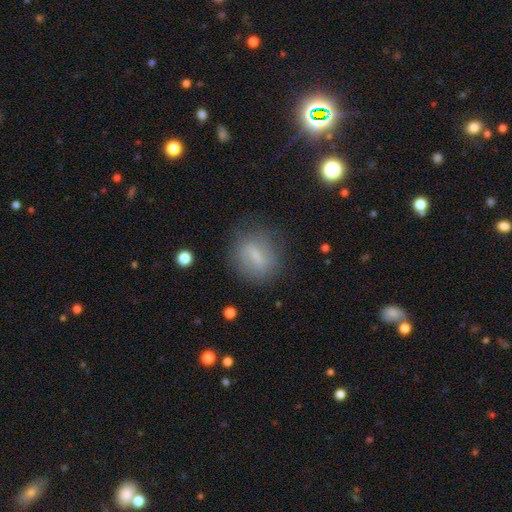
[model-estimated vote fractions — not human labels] Smooth or featured: smooth — 62% (featured or disk — 27%)
How rounded: in between — 47% (round — 45%)
Merging: none — 76% (minor disturbance — 15%)